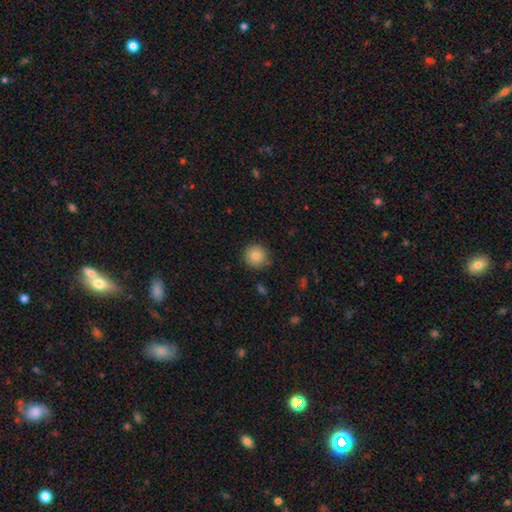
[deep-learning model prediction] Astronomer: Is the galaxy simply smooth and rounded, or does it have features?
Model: smooth — 84%.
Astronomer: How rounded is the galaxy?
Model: round — 95%.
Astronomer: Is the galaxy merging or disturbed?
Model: none — 87%.